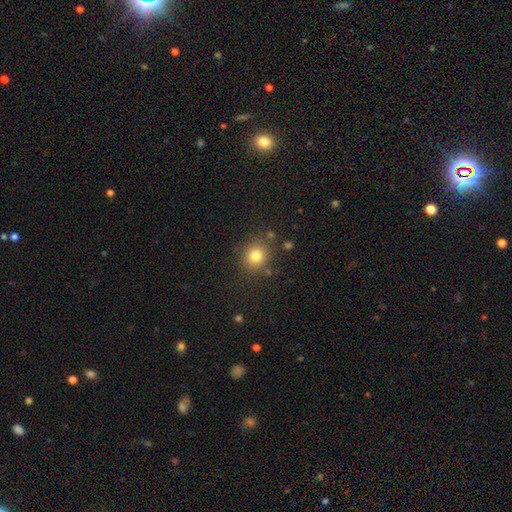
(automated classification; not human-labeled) Overall: smooth (79%). How rounded: round (83%). Merging: none (83%).